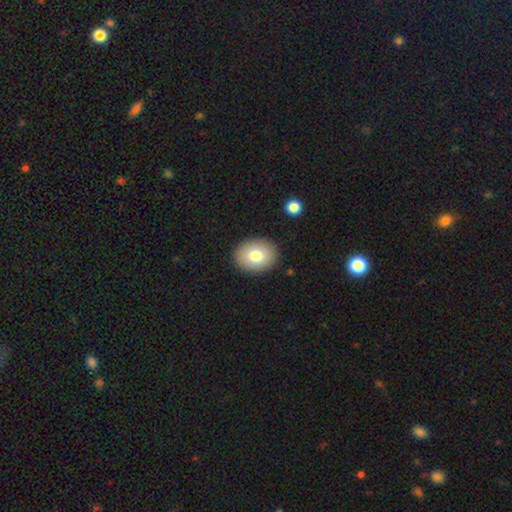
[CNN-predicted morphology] Overall: smooth (78%). How rounded: in between (60%; round 39%). Merging: none (89%).